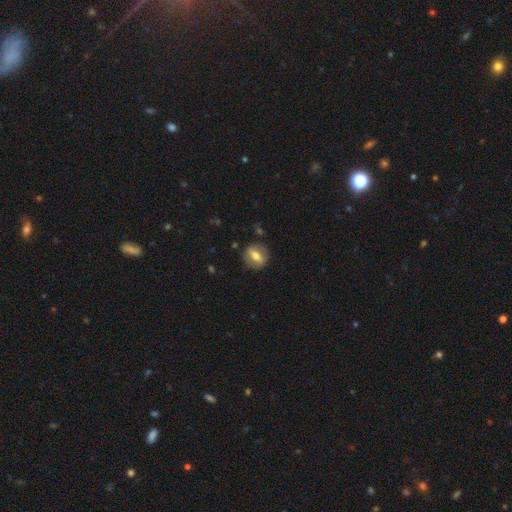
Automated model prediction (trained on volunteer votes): smooth_or_featured: smooth (p=0.48) [alt: featured or disk p=0.44]
merging: none (p=0.84) [alt: minor disturbance p=0.11]